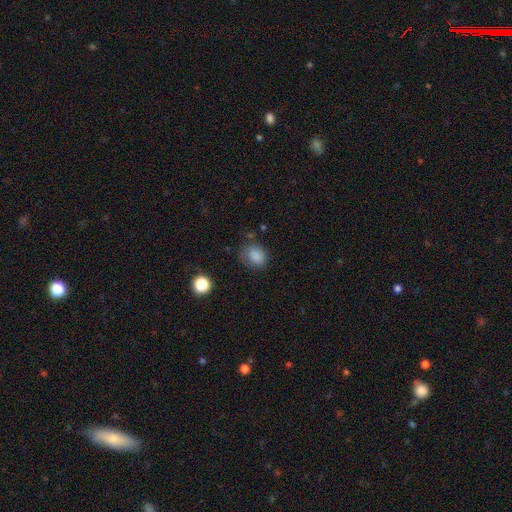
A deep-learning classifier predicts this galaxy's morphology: smooth-or-featured: smooth: 84% | star or artifact: 11% | featured or disk: 5%
  how-rounded: in between: 54% | round: 45% | cigar-shaped: 1%
  merging: none: 68% | minor disturbance: 23% | major disturbance: 7% | merger: 2%